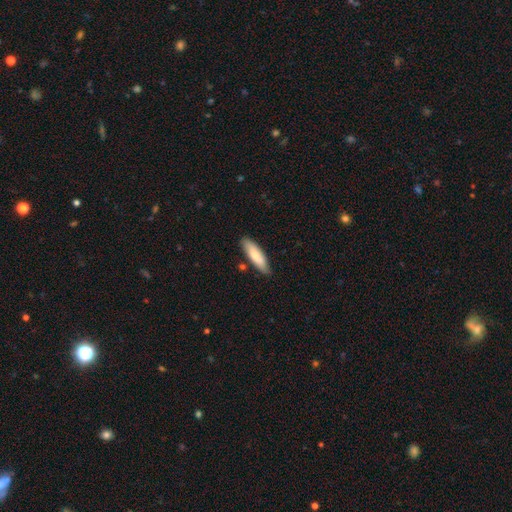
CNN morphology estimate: Smooth or featured?
  - smooth: 77% *
  - featured or disk: 18%
  - star or artifact: 6%
How rounded?
  - cigar-shaped: 59% *
  - in between: 40%
  - round: 2%
Merging?
  - none: 81% *
  - minor disturbance: 14%
  - merger: 3%
  - major disturbance: 2%